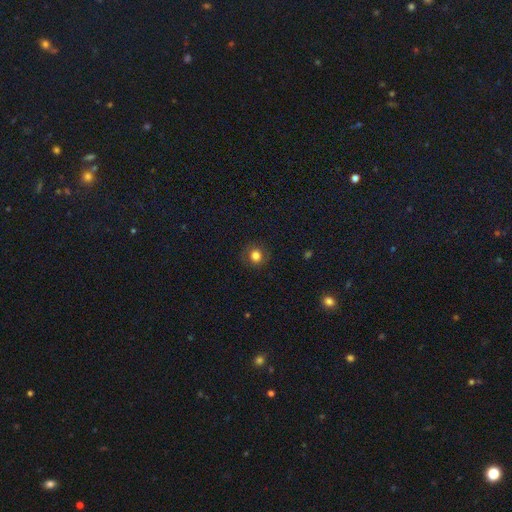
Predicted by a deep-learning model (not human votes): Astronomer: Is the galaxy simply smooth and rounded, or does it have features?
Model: smooth — 77%.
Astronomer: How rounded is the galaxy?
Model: round — 80%.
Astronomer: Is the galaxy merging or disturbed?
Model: none — 84%.